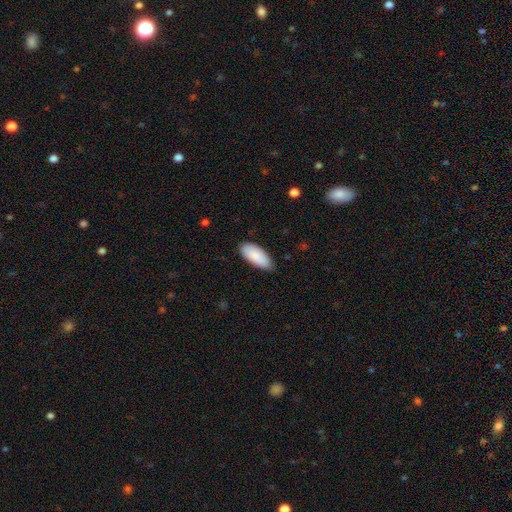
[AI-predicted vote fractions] Smooth or featured: smooth — 90% (star or artifact — 5%)
How rounded: in between — 88% (cigar-shaped — 10%)
Merging: none — 80% (minor disturbance — 17%)